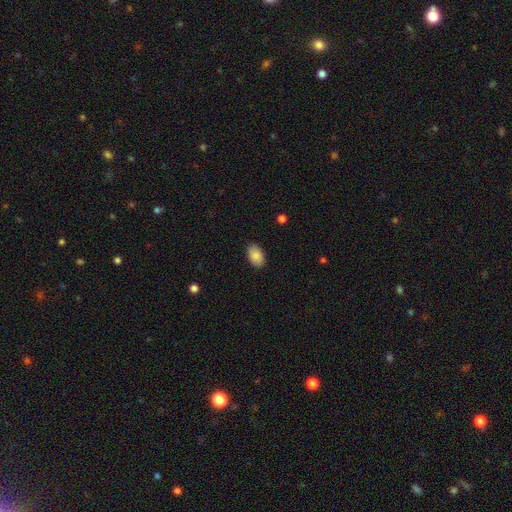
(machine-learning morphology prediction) type=smooth (88%); roundness=in between (92%); merging=none (88%).